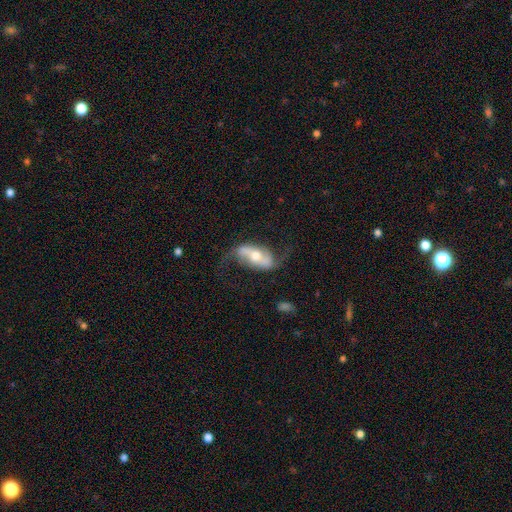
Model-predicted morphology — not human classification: A featured or disk galaxy (78%) with a strong bar (41%), 2 (92%) loose (72%) spiral arms (92%) and a moderate central bulge (64%).

Vote fractions:
- Smooth or featured? featured or disk: 78% / smooth: 15% / star or artifact: 6%
- Edge-on disk? no: 92% / yes: 8%
- Bar? strong: 41% / weak: 31% / no: 28%
- Spiral arms? yes: 92% / no: 8%
- Spiral winding? loose: 72% / medium: 21% / tight: 6%
- Spiral arm count? 2: 92% / can't tell: 3% / 1: 2% / 3: 1% / 4: 1% / more than 4: 1%
- Bulge size? moderate: 64% / small: 27% / large: 6% / dominant: 1% / none: 1%
- Merging? none: 68% / minor disturbance: 17% / major disturbance: 13% / merger: 2%